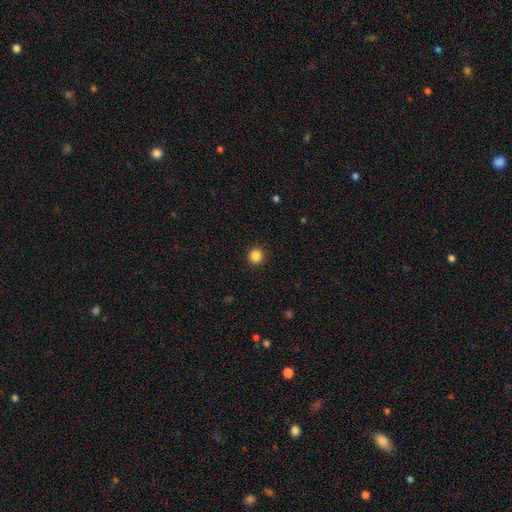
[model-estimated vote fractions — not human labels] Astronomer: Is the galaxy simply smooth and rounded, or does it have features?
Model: smooth — 86%.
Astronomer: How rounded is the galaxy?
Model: round — 93%.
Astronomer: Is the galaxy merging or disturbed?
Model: none — 92%.